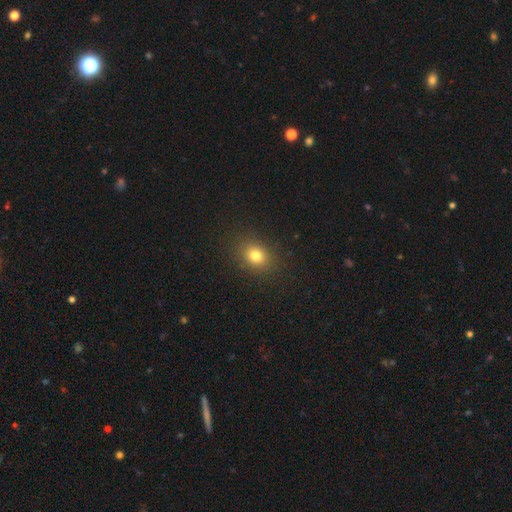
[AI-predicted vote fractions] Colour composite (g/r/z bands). It shows a smooth galaxy with no disk features (78%) that is in between round and cigar-shaped (52%). Merging: none (87%).